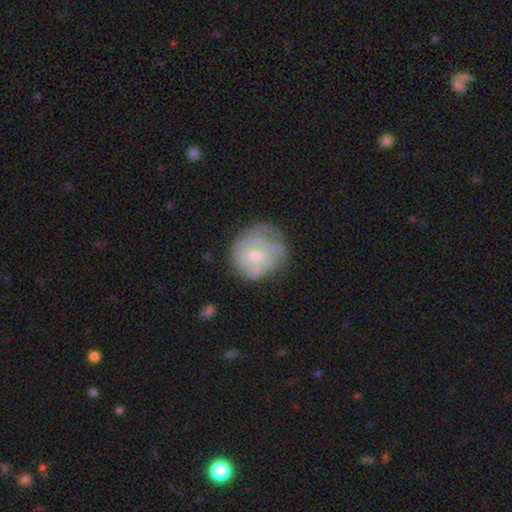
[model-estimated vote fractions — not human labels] A featured or disk galaxy (47%). Merging: none (51%).